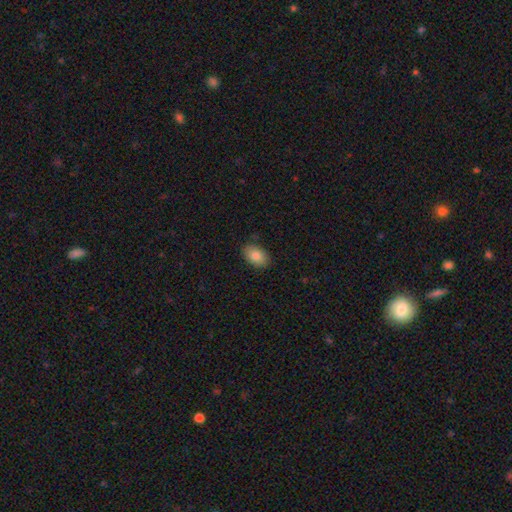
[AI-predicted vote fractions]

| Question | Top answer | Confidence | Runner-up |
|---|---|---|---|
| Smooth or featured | smooth | 85% | featured or disk (8%) |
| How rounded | in between | 89% | round (9%) |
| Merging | none | 86% | minor disturbance (11%) |